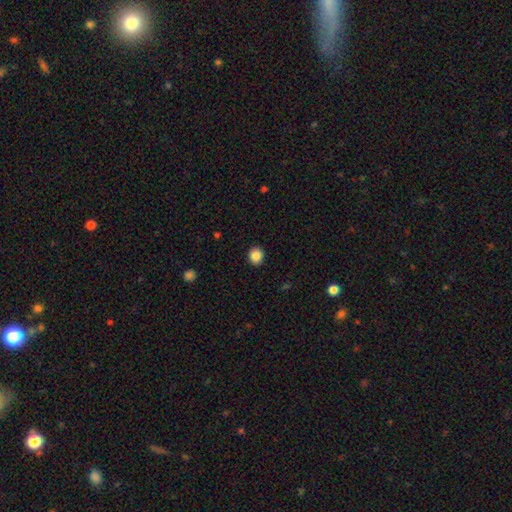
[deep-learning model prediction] Smooth or featured?
  - smooth: 86% *
  - star or artifact: 9%
  - featured or disk: 4%
How rounded?
  - round: 75% *
  - in between: 24%
  - cigar-shaped: 1%
Merging?
  - none: 91% *
  - minor disturbance: 6%
  - major disturbance: 2%
  - merger: 1%